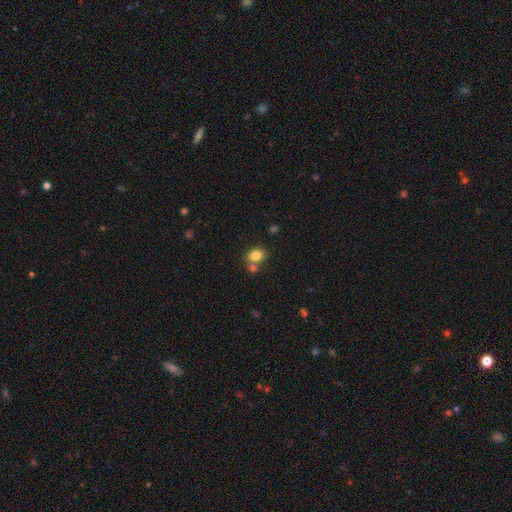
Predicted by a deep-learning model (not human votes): The model was most divided on "how rounded": round: 51%, in between: 48%, cigar-shaped: 1%. More confident: smooth or featured — smooth (81%); merging — none (59%).